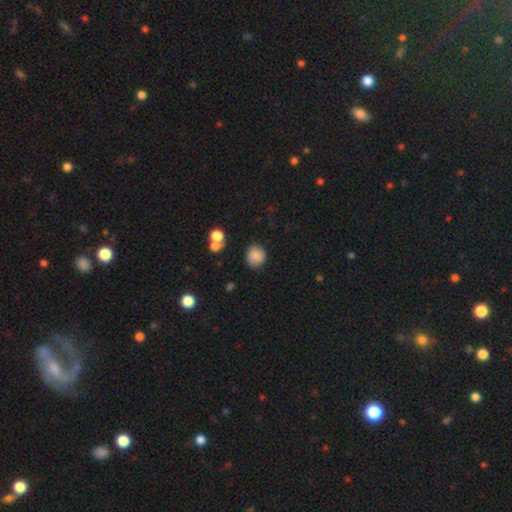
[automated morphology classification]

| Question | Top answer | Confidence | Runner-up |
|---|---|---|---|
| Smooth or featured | smooth | 84% | star or artifact (10%) |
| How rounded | round | 83% | in between (16%) |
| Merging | none | 79% | minor disturbance (13%) |